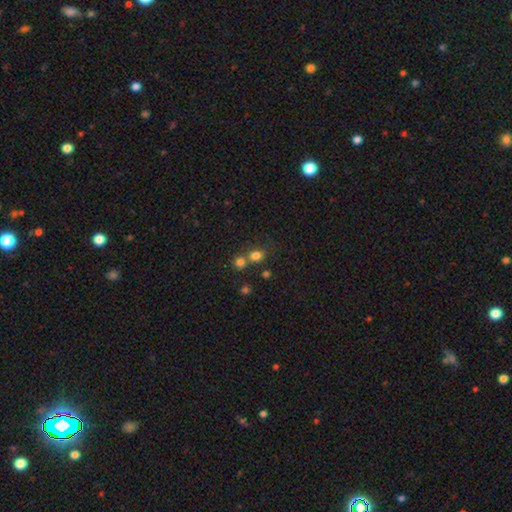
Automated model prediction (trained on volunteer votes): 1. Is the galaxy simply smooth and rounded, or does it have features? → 78% smooth, 15% star or artifact, 8% featured or disk.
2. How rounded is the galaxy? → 64% round, 35% in between, 1% cigar-shaped.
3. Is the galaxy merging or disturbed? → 52% none, 36% merger, 9% minor disturbance, 4% major disturbance.